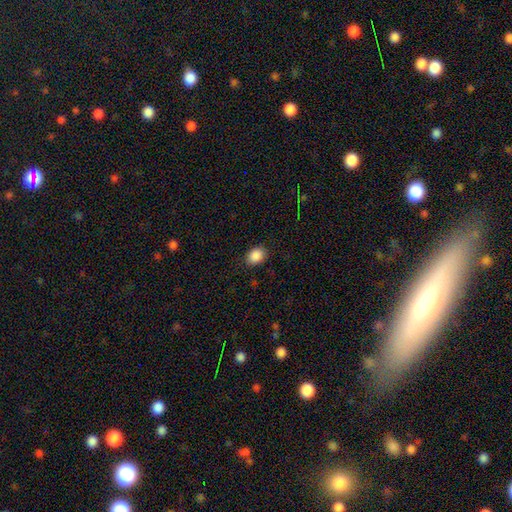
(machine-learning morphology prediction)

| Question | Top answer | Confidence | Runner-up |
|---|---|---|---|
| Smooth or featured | smooth | 89% | star or artifact (8%) |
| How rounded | in between | 65% | round (34%) |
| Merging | none | 87% | minor disturbance (9%) |